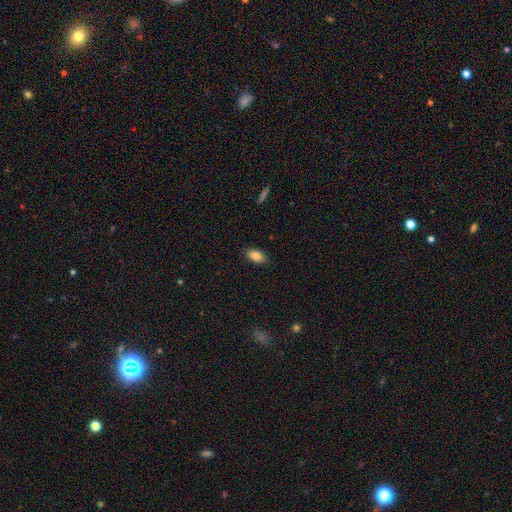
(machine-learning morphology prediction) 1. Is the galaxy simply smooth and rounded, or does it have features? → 86% smooth, 8% star or artifact, 7% featured or disk.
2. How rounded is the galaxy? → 91% in between, 5% round, 4% cigar-shaped.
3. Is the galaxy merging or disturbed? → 85% none, 11% minor disturbance, 2% major disturbance, 1% merger.